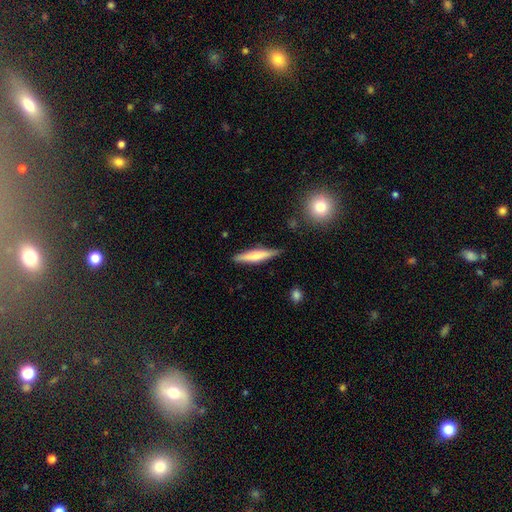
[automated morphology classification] Smooth or featured?
  - smooth: 58% *
  - featured or disk: 37%
  - star or artifact: 6%
How rounded?
  - cigar-shaped: 89% *
  - in between: 9%
  - round: 1%
Merging?
  - none: 84% *
  - minor disturbance: 12%
  - major disturbance: 2%
  - merger: 2%